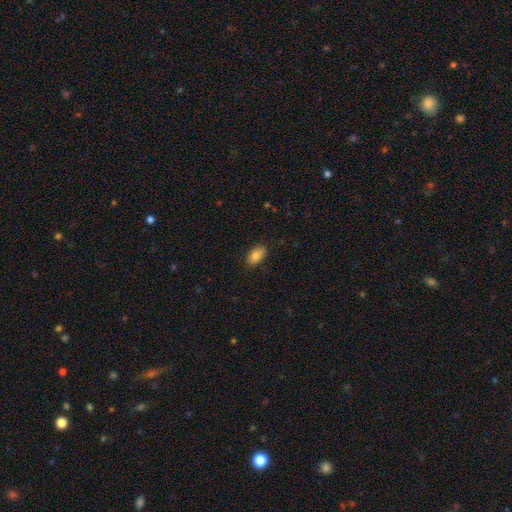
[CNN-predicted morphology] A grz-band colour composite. It shows a smooth galaxy with no disk features (82%) that is in between round and cigar-shaped (92%). Merging: none (87%).